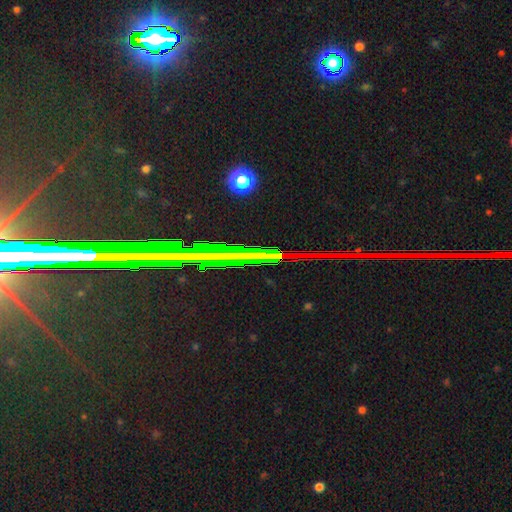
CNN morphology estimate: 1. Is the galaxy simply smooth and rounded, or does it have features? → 65% star or artifact, 19% featured or disk, 15% smooth.